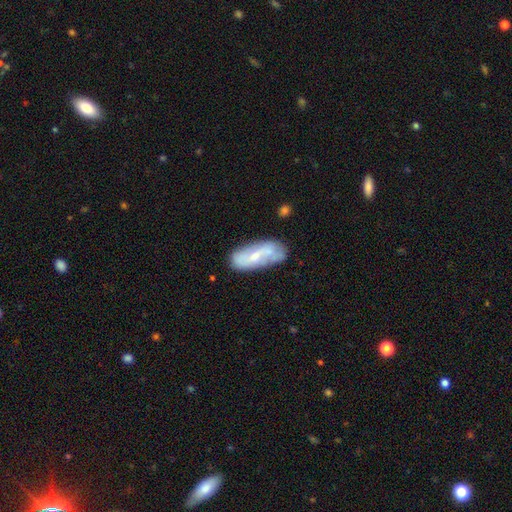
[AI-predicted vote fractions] This is possibly a featured or disk galaxy (57%). It is clearly not viewed edge-on (88%). Merging: likely none (61%).